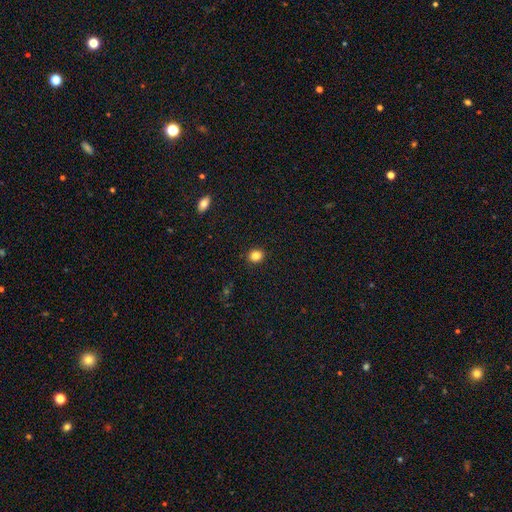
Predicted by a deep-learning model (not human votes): Overall: smooth (85%). How rounded: round (73%). Merging: none (91%).